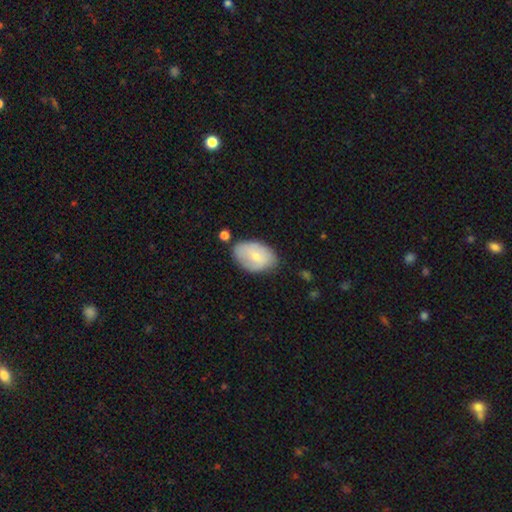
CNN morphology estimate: Smooth or featured? Predicted: smooth (p=0.65). How rounded? Predicted: in between (p=0.86). Merging? Predicted: none (p=0.60).